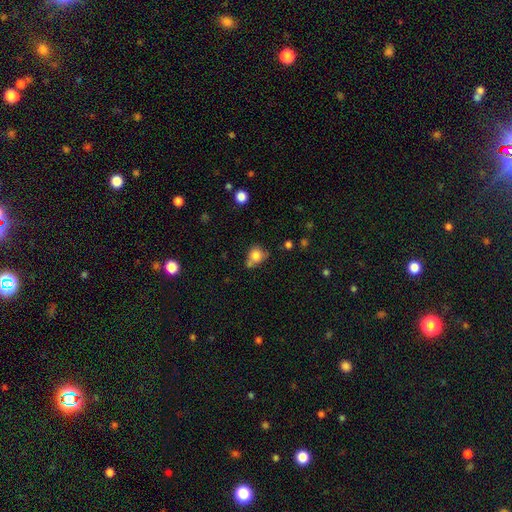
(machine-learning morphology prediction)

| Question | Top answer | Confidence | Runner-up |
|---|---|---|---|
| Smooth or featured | smooth | 80% | star or artifact (10%) |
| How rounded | round | 73% | in between (26%) |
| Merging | none | 49% | minor disturbance (23%) |